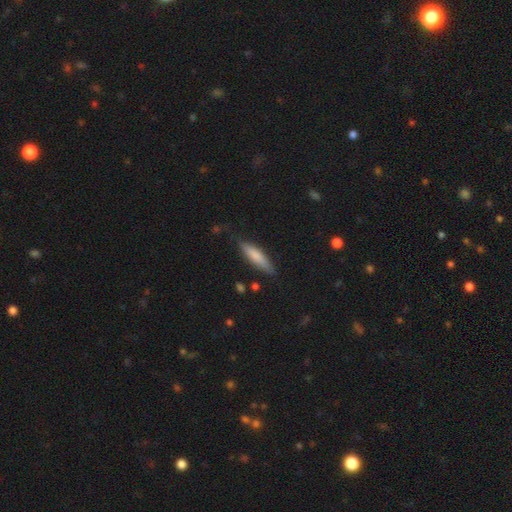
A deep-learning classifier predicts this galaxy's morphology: This appears to be a smooth galaxy with no disk features (77%) that is cigar-shaped (72%). Merging: none (79%).